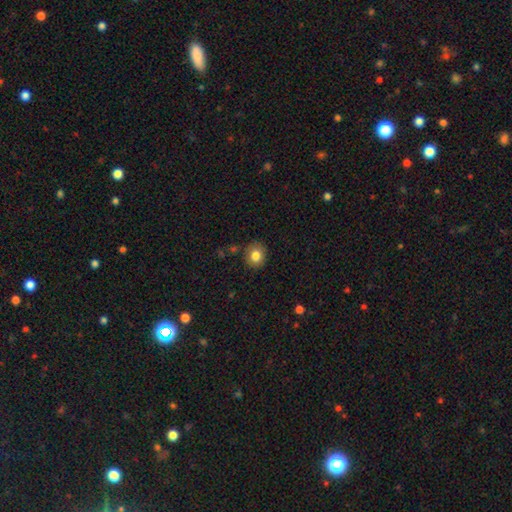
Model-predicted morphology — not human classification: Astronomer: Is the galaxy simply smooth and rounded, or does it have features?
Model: smooth — 83%.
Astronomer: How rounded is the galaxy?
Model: round — 69%.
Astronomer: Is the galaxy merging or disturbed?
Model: none — 83%.